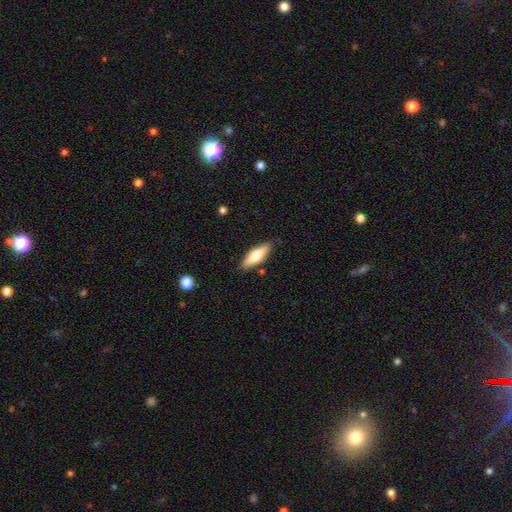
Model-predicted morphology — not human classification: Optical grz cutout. It shows a smooth galaxy with no disk features (63%) that is in between round and cigar-shaped (54%). Merging: none (84%).